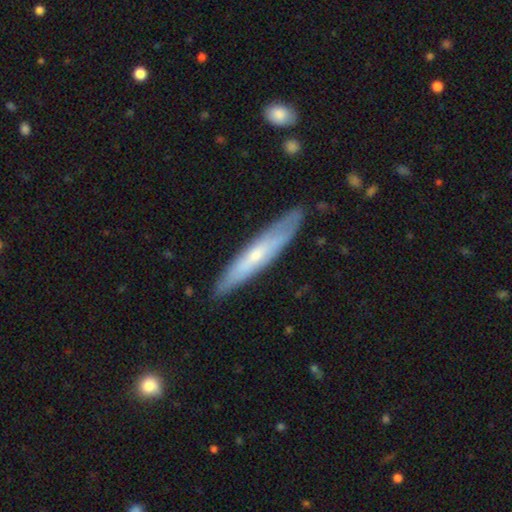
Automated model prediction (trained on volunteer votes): Morphology: type=featured or disk (51%); edge-on=yes (74%); merging=none (84%).